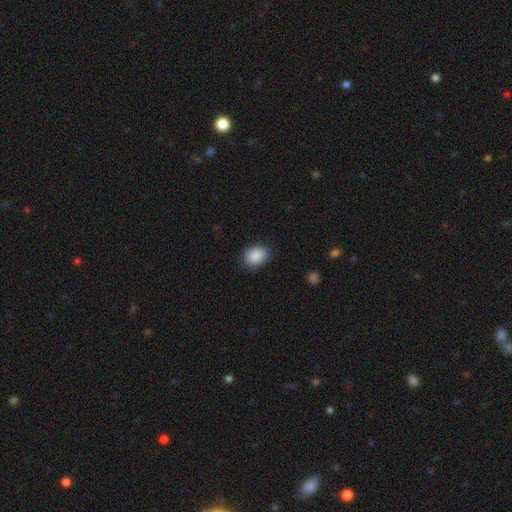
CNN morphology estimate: A smooth galaxy with no disk features (89%) that is in between round and cigar-shaped (67%).

Vote fractions:
- Smooth or featured? smooth: 89% / star or artifact: 7% / featured or disk: 3%
- How rounded? in between: 67% / round: 32% / cigar-shaped: 1%
- Merging? none: 85% / minor disturbance: 11% / major disturbance: 3% / merger: 1%